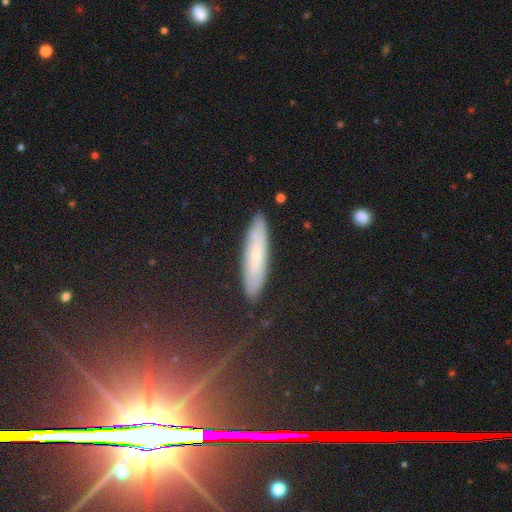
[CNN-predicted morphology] smooth 56%, featured or disk 34%, star or artifact 9%. Down the decision tree: how rounded — cigar-shaped (79%); merging — none (86%).